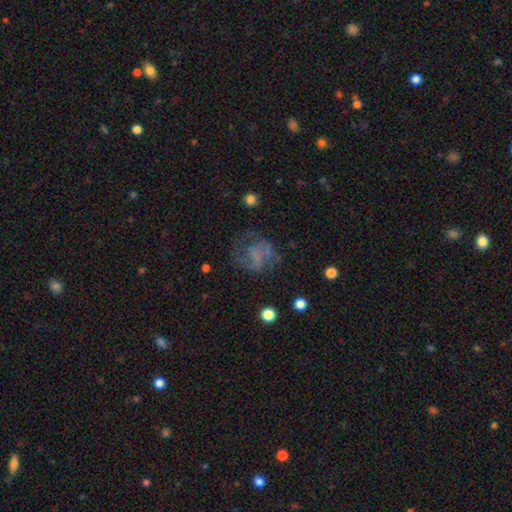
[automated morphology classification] This is possibly a featured or disk galaxy (51%). It is clearly not viewed edge-on (98%). Bar: possibly no (58%). Spiral arm pattern: likely yes (62%). Central bulge: likely none (71%). Merging: possibly none (52%).